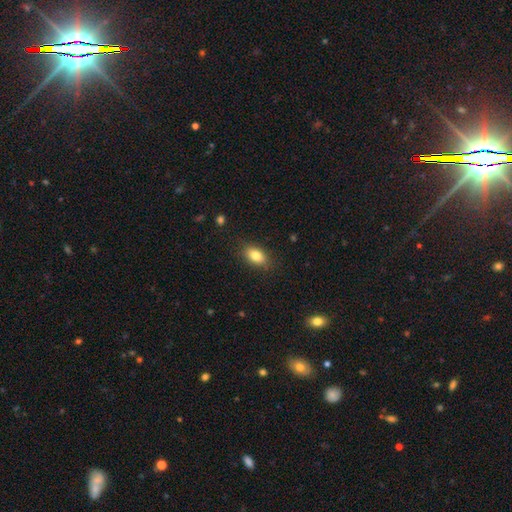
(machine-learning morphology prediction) A smooth galaxy with no disk features (83%) that is in between round and cigar-shaped (86%). Merging: none (84%).